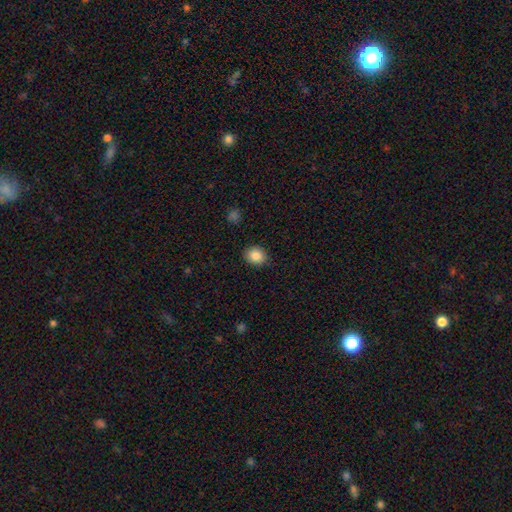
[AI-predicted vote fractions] Smooth or featured: smooth — 87% (star or artifact — 9%)
How rounded: round — 57% (in between — 42%)
Merging: none — 87% (minor disturbance — 9%)